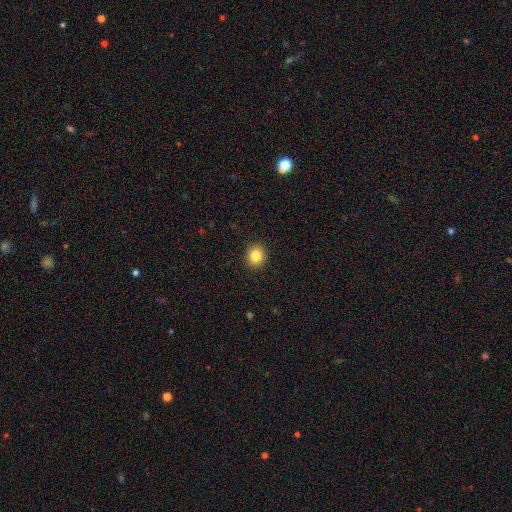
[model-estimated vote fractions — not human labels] Smooth or featured? Predicted: smooth (p=0.84). How rounded? Predicted: round (p=0.80). Merging? Predicted: none (p=0.92).